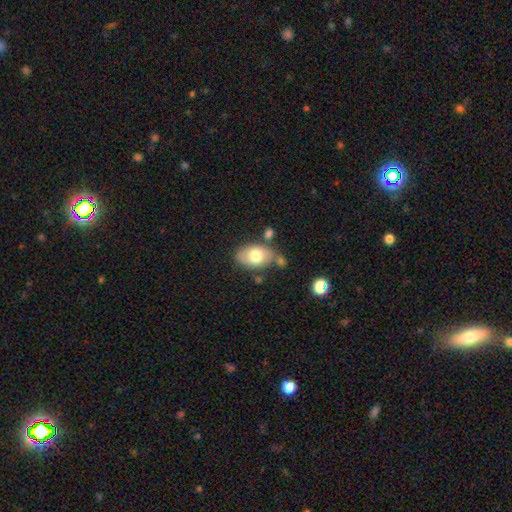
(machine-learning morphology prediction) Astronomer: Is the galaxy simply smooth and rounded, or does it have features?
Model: smooth — 72%.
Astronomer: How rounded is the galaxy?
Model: in between — 88%.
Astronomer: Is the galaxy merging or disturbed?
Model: none — 62%.